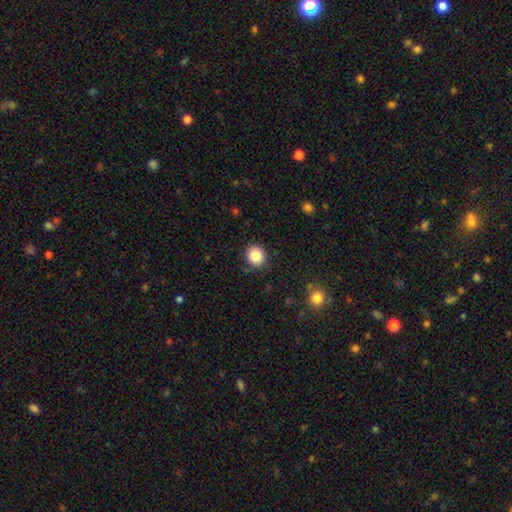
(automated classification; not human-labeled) smooth_or_featured: smooth (p=0.85) [alt: star or artifact p=0.10]
how_rounded: round (p=0.80) [alt: in between p=0.19]
merging: none (p=0.87) [alt: minor disturbance p=0.10]